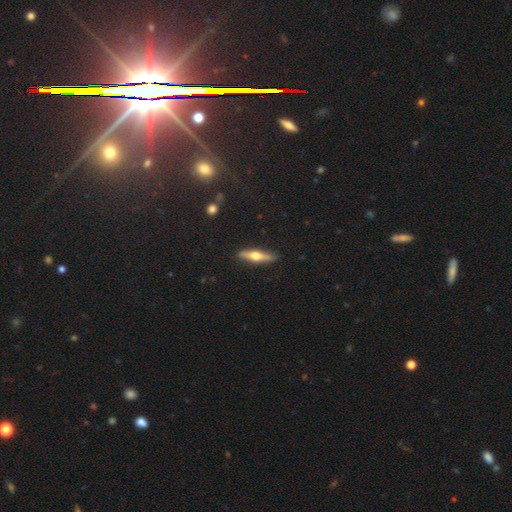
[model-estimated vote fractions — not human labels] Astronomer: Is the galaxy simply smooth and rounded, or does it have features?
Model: featured or disk — 55% (runner-up: smooth, 39%).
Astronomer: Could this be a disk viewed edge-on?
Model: yes — 94%.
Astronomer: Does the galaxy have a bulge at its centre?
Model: rounded — 94%.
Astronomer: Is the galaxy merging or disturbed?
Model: none — 90%.